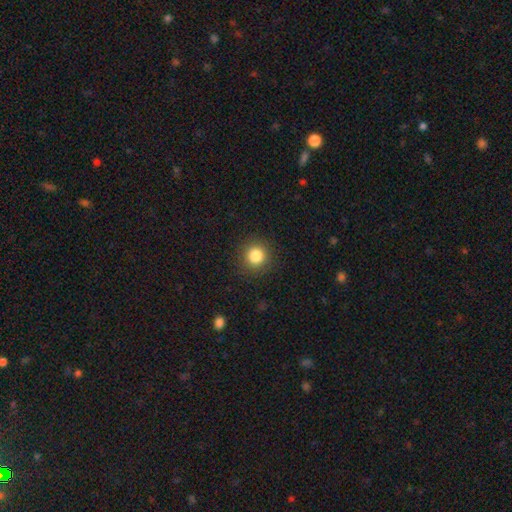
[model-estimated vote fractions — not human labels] Morphology: type=smooth (84%); roundness=round (94%); merging=none (90%).